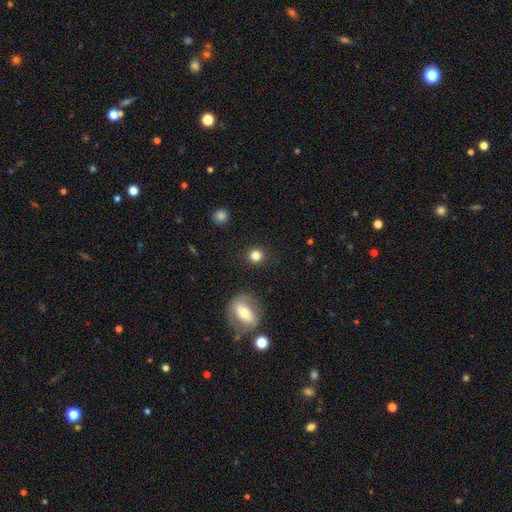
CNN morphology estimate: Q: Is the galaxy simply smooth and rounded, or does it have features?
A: smooth — 82%.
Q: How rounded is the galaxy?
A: round — 91%.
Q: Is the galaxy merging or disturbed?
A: none — 89%.